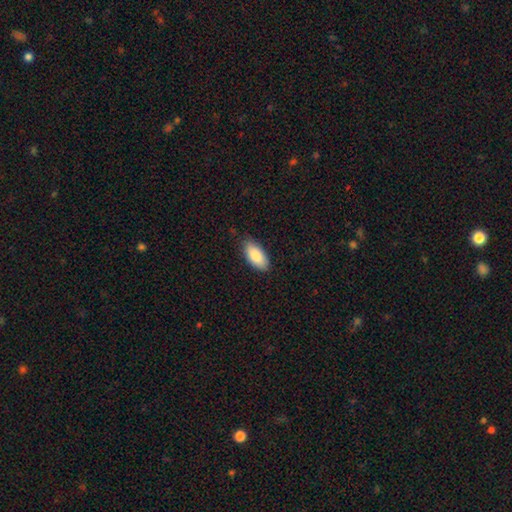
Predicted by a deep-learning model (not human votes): Q: Smooth or featured?
A: smooth (86%); runner-up: featured or disk (8%)
Q: How rounded?
A: in between (92%); runner-up: cigar-shaped (6%)
Q: Merging?
A: none (82%); runner-up: minor disturbance (14%)